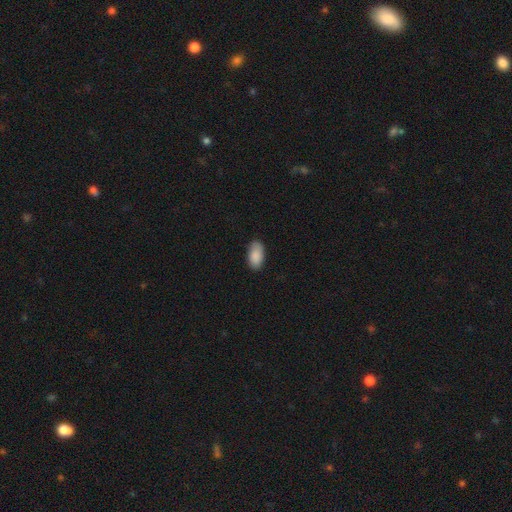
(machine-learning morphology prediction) A smooth galaxy with no disk features (89%) that is in between round and cigar-shaped (94%).

Vote fractions:
- Smooth or featured? smooth: 89% / star or artifact: 6% / featured or disk: 5%
- How rounded? in between: 94% / round: 3% / cigar-shaped: 3%
- Merging? none: 80% / minor disturbance: 16% / major disturbance: 3% / merger: 1%